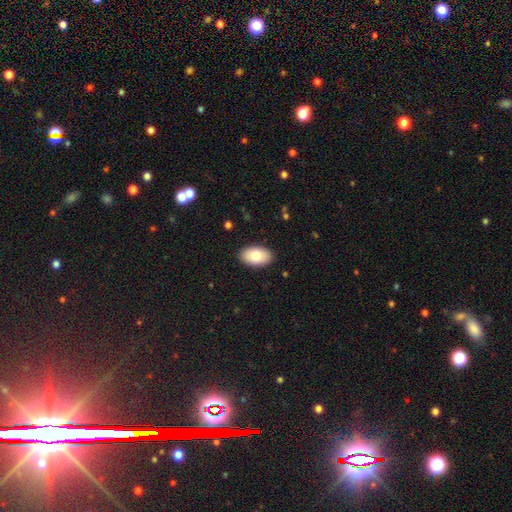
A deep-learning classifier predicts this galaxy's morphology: Overall: smooth (80%). How rounded: in between (94%). Merging: none (89%).